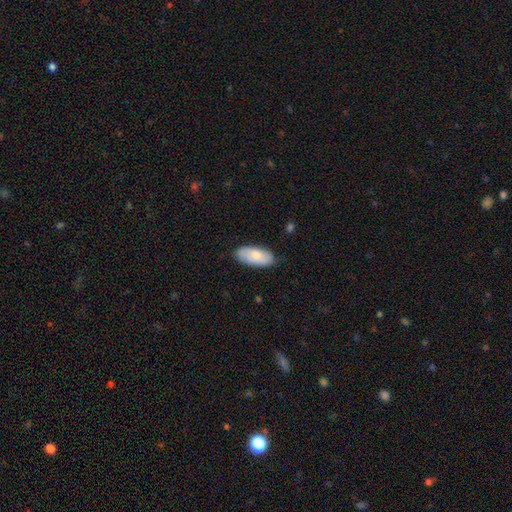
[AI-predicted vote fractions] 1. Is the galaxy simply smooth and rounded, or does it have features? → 76% smooth, 18% featured or disk, 6% star or artifact.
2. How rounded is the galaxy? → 91% in between, 7% cigar-shaped, 2% round.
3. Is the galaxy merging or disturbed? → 83% none, 14% minor disturbance, 2% major disturbance, 1% merger.